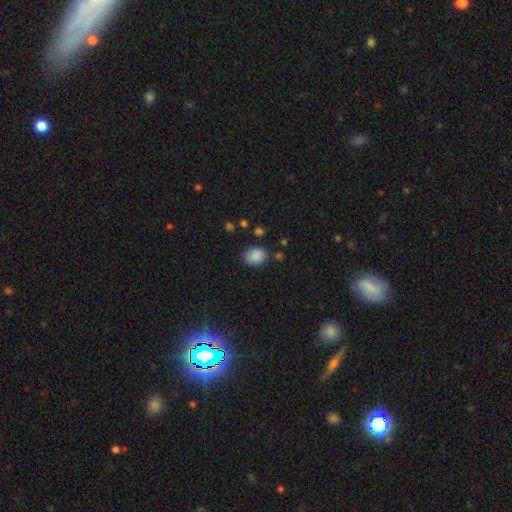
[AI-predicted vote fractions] smooth_or_featured: smooth (p=0.85) [alt: star or artifact p=0.09]
how_rounded: in between (p=0.50) [alt: round p=0.49]
merging: none (p=0.76) [alt: minor disturbance p=0.17]